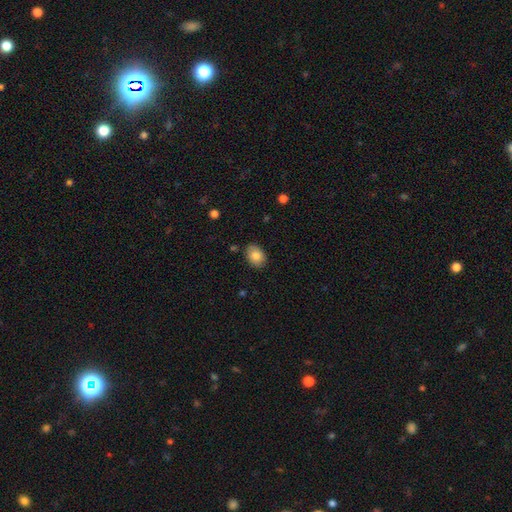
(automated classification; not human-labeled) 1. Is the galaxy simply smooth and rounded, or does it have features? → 81% smooth, 11% featured or disk, 8% star or artifact.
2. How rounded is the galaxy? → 73% in between, 26% round, 1% cigar-shaped.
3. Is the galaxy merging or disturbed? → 83% none, 13% minor disturbance, 2% major disturbance, 2% merger.